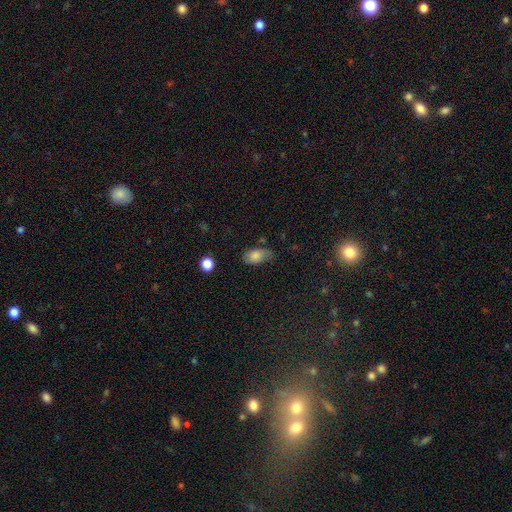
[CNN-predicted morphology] smooth_or_featured: smooth (p=0.81) [alt: featured or disk p=0.10]
how_rounded: in between (p=0.90) [alt: round p=0.07]
merging: none (p=0.54) [alt: minor disturbance p=0.35]